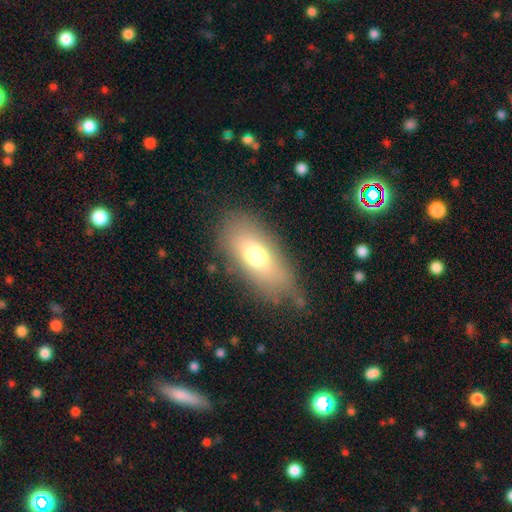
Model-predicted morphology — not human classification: type=smooth (68%); roundness=in between (84%); merging=none (70%).